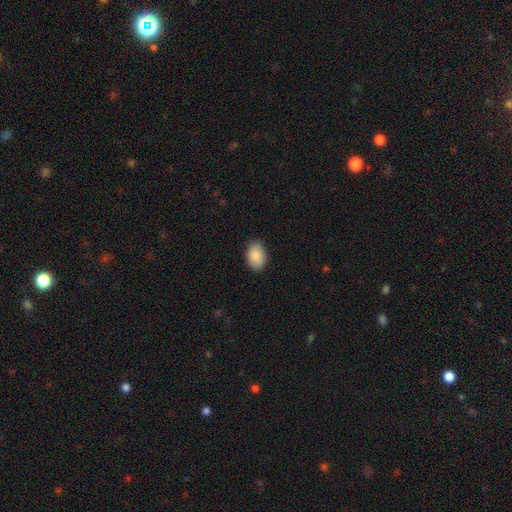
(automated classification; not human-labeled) This is clearly a smooth galaxy (89%). How rounded: clearly in between (90%). Merging: clearly none (86%).